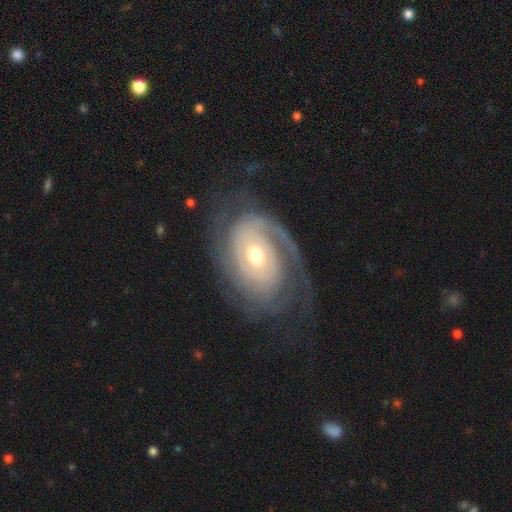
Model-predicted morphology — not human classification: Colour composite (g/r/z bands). It shows a featured or disk galaxy (88%) with no bar (69%), 2 (40%) tight (68%) spiral arms (95%) and a moderate central bulge (62%). Merging: none (66%).